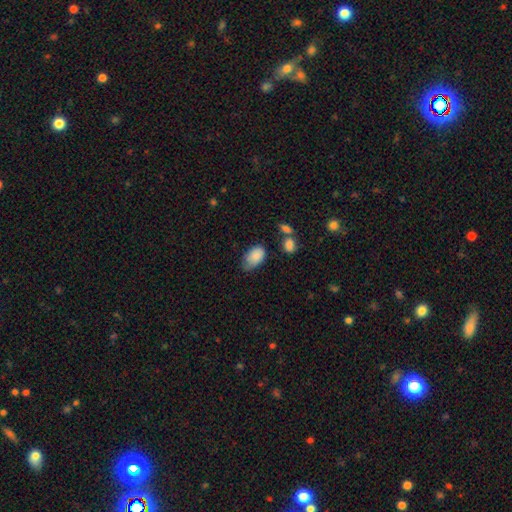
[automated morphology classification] Overall: smooth (85%). How rounded: in between (90%). Merging: none (47%; minor disturbance 39%).